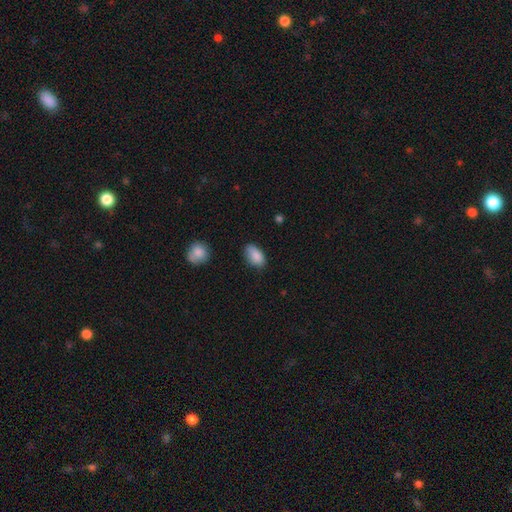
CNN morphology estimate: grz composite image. It shows a smooth galaxy with no disk features (87%) that is in between round and cigar-shaped (92%). Merging: none (74%).